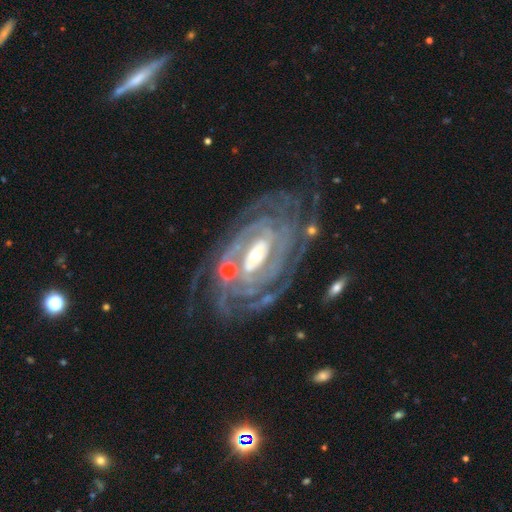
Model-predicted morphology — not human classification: type=featured or disk (91%); edge-on=no (96%); bar=no (37%); spiral arms=yes (97%); winding=tight (80%); arm count=can't tell (25%); bulge=moderate (48%); merging=none (67%).